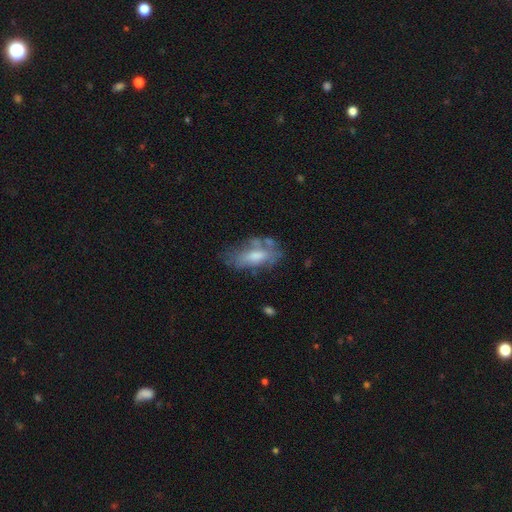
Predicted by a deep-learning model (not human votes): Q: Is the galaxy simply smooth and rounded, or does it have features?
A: smooth — 56%.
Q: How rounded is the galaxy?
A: in between — 83%.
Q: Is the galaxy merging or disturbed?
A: none — 42%.